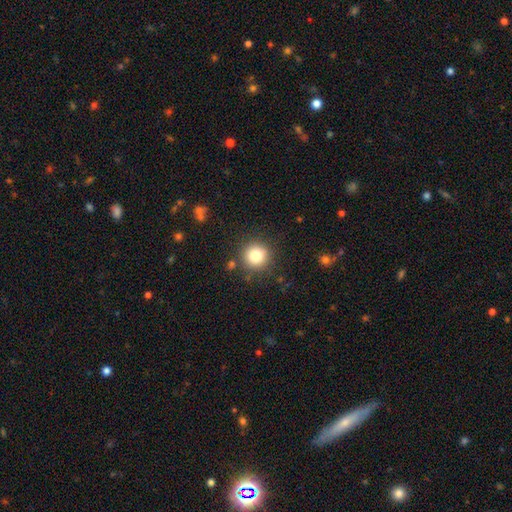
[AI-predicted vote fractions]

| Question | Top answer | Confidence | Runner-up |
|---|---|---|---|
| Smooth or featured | smooth | 83% | star or artifact (11%) |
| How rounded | round | 94% | in between (5%) |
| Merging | none | 86% | minor disturbance (8%) |